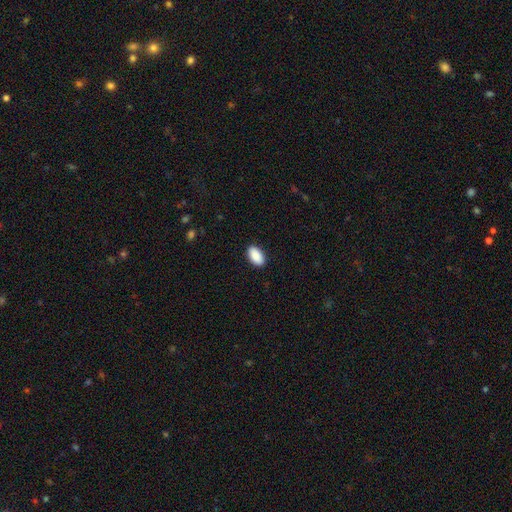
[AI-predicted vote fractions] The model was most divided on "merging": none: 89%, minor disturbance: 8%, major disturbance: 2%, merger: 1%. More confident: how rounded — in between (95%); smooth or featured — smooth (91%).